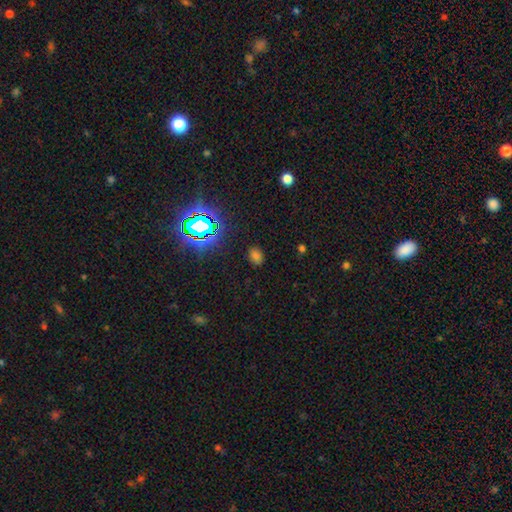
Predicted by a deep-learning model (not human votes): Smooth or featured: smooth — 53% (star or artifact — 40%)
How rounded: in between — 66% (round — 32%)
Merging: none — 84% (minor disturbance — 10%)